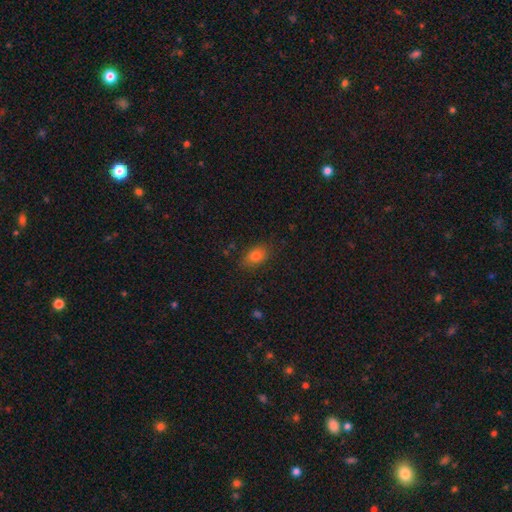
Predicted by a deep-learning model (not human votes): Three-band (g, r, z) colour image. It shows a smooth galaxy with no disk features (81%) that is in between round and cigar-shaped (82%). Merging: none (83%).